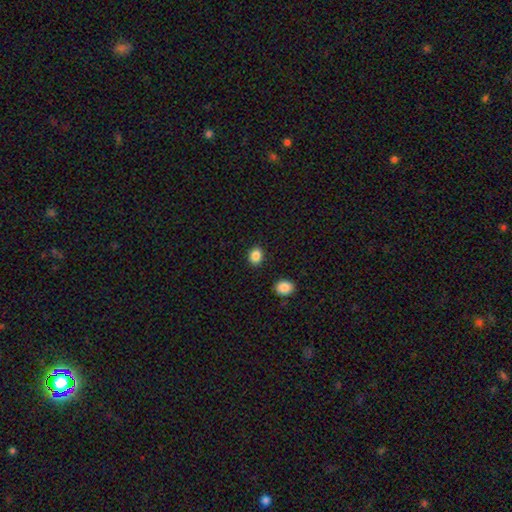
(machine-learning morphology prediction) This appears to be a smooth galaxy with no disk features (87%) that is round (52%). Merging: none (89%).